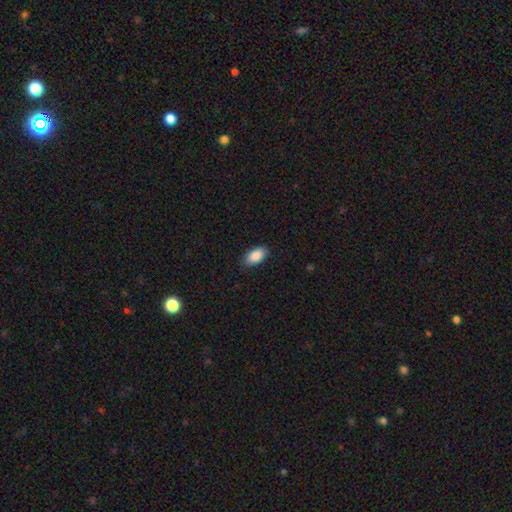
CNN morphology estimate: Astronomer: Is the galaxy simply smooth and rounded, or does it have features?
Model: smooth — 90%.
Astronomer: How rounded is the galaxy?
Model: in between — 94%.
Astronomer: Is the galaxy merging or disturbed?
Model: none — 87%.